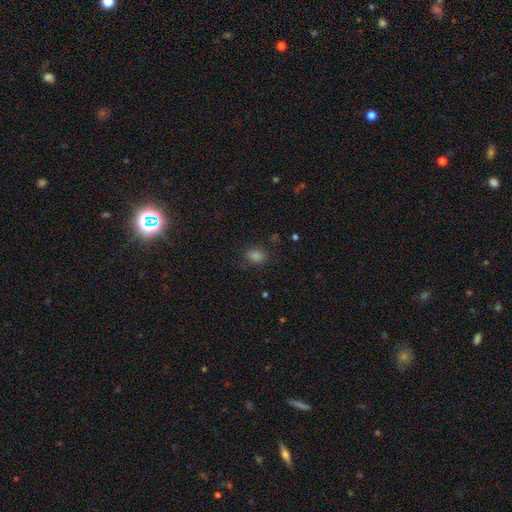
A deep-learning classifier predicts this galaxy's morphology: Smooth or featured? smooth (74%)
How rounded? in between (55%)
Merging? none (84%)